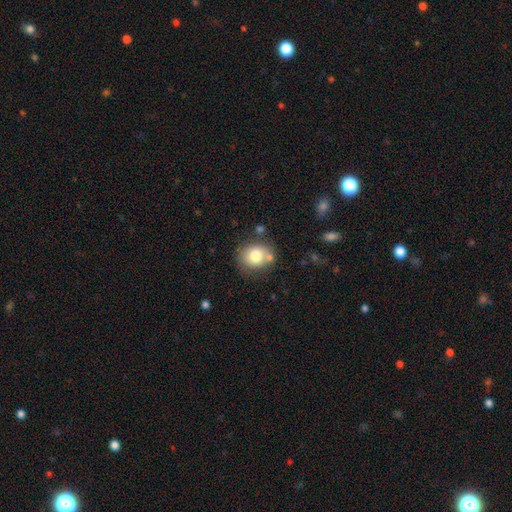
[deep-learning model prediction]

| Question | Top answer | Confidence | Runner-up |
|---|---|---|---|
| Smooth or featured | smooth | 76% | featured or disk (15%) |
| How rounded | round | 68% | in between (31%) |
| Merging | none | 67% | minor disturbance (16%) |